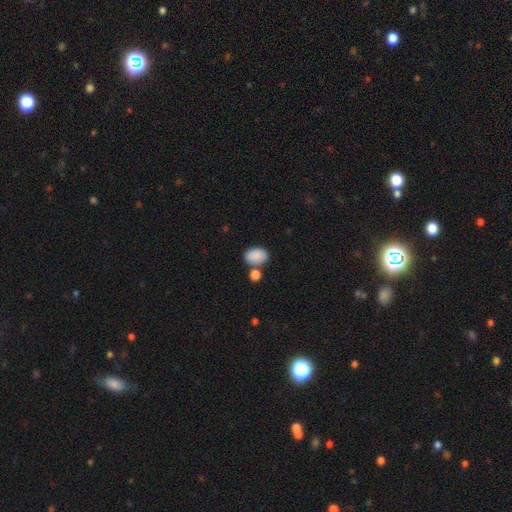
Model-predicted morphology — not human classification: Smooth or featured?
  - smooth: 88% *
  - star or artifact: 7%
  - featured or disk: 4%
How rounded?
  - in between: 85% *
  - round: 14%
  - cigar-shaped: 1%
Merging?
  - none: 67% *
  - merger: 16%
  - minor disturbance: 13%
  - major disturbance: 4%